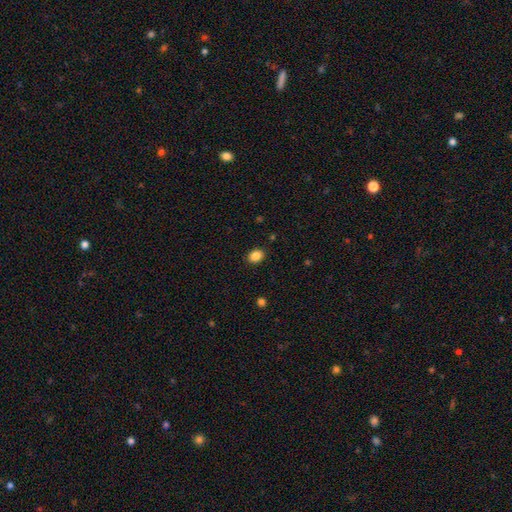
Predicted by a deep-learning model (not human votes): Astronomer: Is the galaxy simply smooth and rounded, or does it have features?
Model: smooth — 87%.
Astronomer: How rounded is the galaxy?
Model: in between — 63%.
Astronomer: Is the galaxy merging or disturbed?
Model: none — 89%.